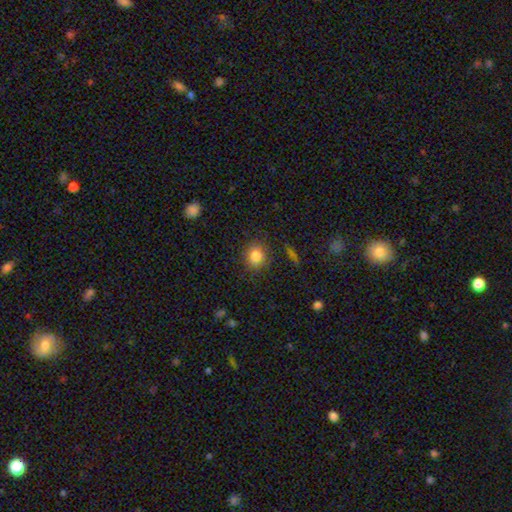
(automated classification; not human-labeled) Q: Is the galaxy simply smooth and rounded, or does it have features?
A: smooth — 83%.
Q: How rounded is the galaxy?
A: round — 74%.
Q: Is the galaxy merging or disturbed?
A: none — 85%.